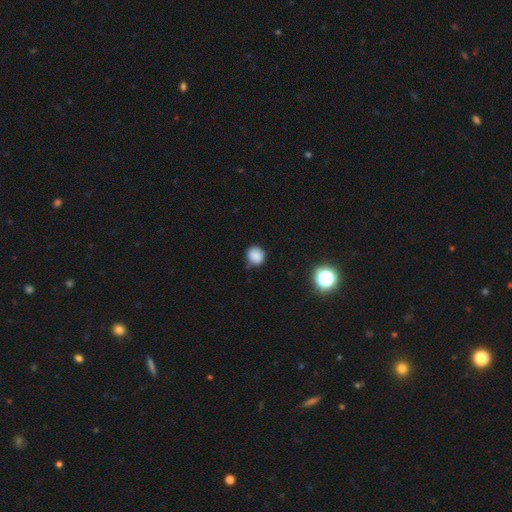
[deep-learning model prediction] smooth 84%, star or artifact 12%, featured or disk 4%. Down the decision tree: how rounded — round (86%); merging — none (77%).